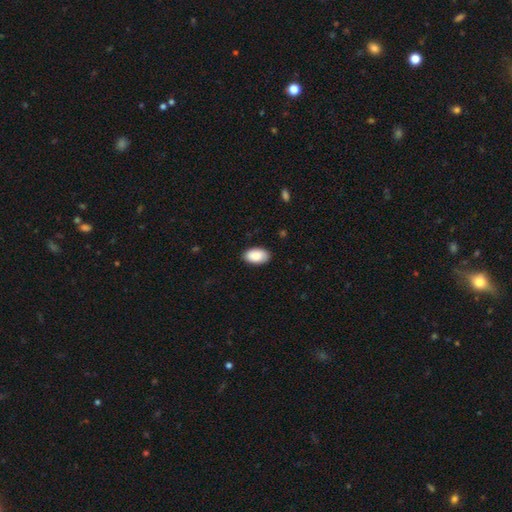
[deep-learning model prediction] smooth 90%, star or artifact 6%, featured or disk 4%. Down the decision tree: how rounded — in between (95%); merging — none (86%).